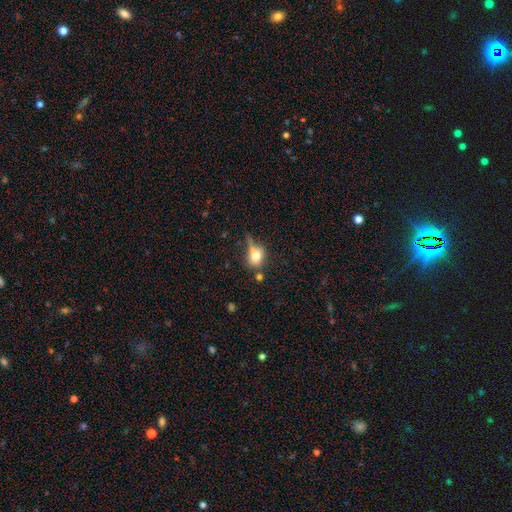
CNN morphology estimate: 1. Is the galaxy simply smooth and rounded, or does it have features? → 71% smooth, 18% featured or disk, 11% star or artifact.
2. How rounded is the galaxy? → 49% round, 48% in between, 3% cigar-shaped.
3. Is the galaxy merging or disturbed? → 39% none, 29% minor disturbance, 20% major disturbance, 12% merger.